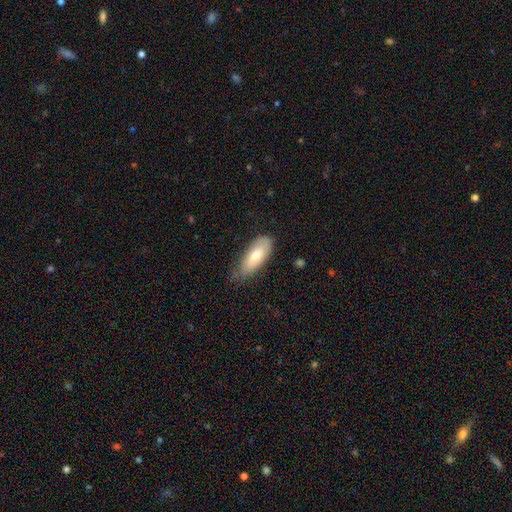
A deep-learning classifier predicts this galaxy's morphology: Overall: smooth (73%). How rounded: in between (80%). Merging: none (58%; minor disturbance 34%).